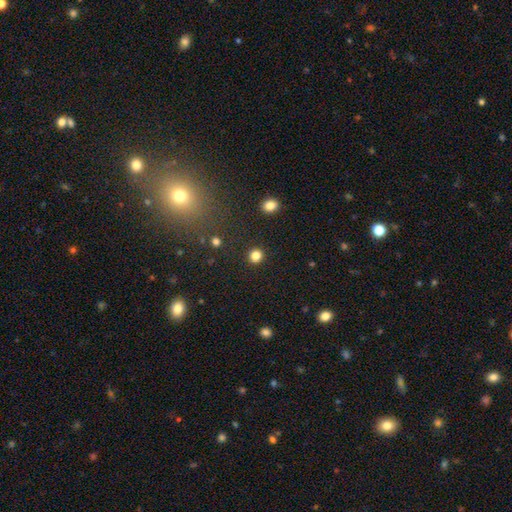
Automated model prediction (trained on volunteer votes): Overall: smooth (82%). How rounded: round (90%). Merging: none (91%).